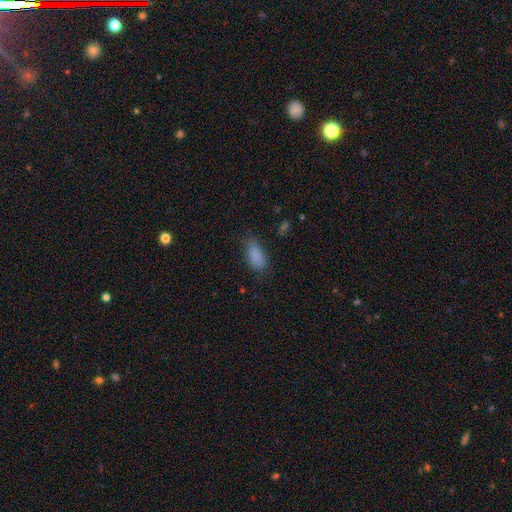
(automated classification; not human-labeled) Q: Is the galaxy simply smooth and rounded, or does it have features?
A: smooth — 86%.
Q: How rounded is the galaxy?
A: in between — 88%.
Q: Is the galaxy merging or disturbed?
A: none — 68%.